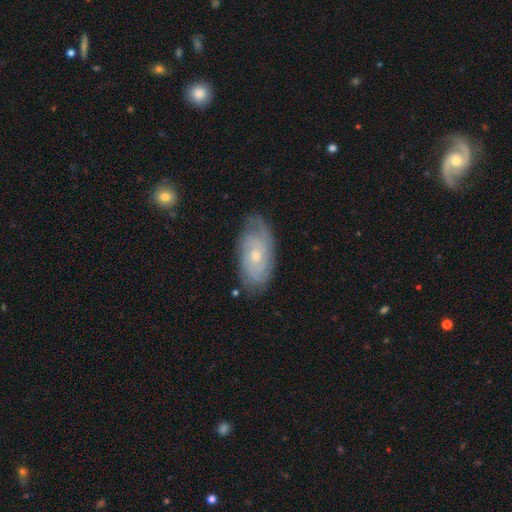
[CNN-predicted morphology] The model was most divided on "bulge size": small: 59%, moderate: 37%, none: 1%, large: 1%, dominant: 1%. More confident: edge-on disk — no (92%); spiral arms — yes (85%); bar — no (77%); merging — none (73%); smooth or featured — featured or disk (65%); spiral winding — tight (63%); spiral arm count — can't tell (56%).